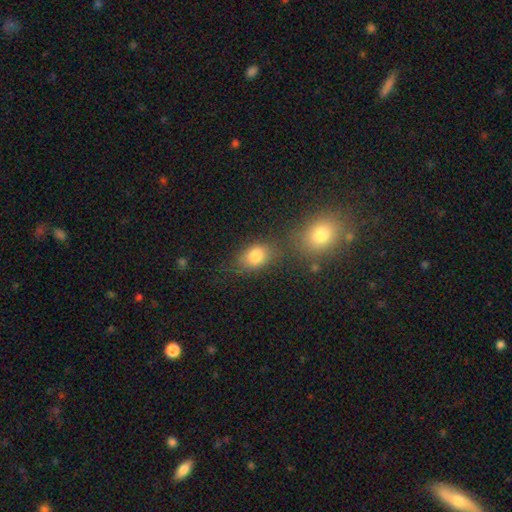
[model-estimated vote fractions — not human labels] Morphology: type=smooth (81%); roundness=in between (77%); merging=none (58%).